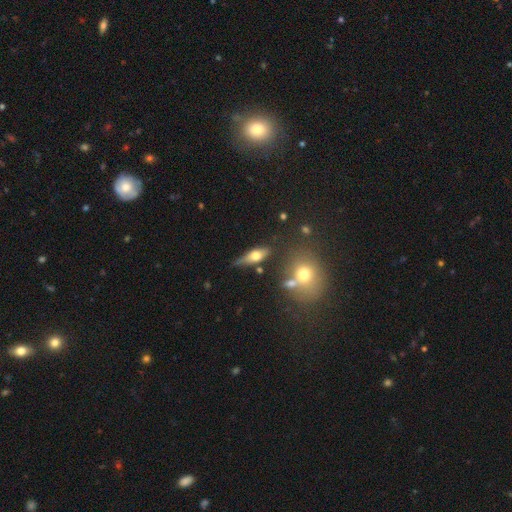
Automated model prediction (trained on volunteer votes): Smooth or featured? Predicted: smooth (p=0.51). How rounded? Predicted: in between (p=0.58). Merging? Predicted: none (p=0.61).